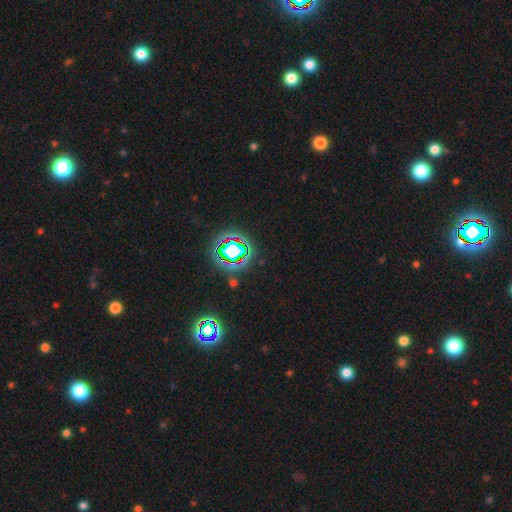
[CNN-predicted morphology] Smooth or featured?
  - star or artifact: 76% *
  - smooth: 15%
  - featured or disk: 9%